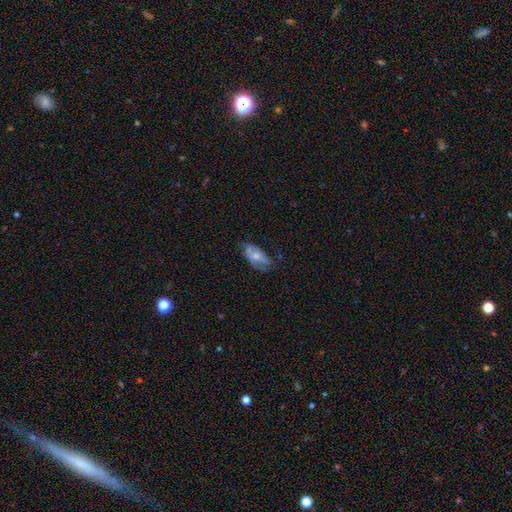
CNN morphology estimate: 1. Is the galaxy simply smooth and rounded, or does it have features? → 54% smooth, 39% featured or disk, 7% star or artifact.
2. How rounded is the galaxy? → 89% in between, 7% cigar-shaped, 4% round.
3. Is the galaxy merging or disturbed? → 54% none, 32% minor disturbance, 12% major disturbance, 2% merger.